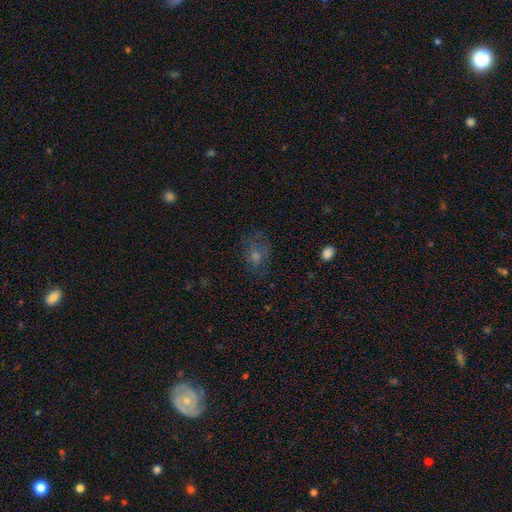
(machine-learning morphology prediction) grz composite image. It shows a smooth galaxy with no disk features (48%). Merging: none (64%).